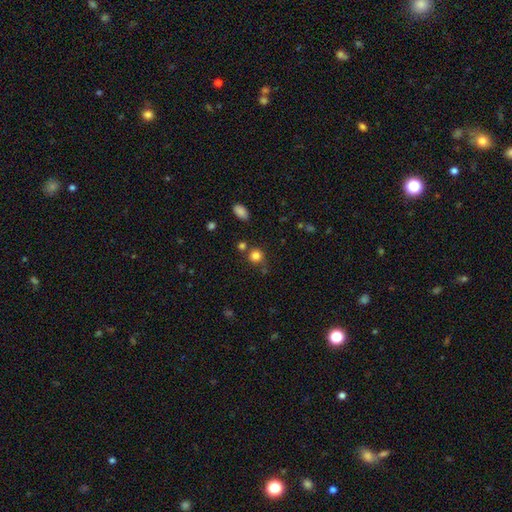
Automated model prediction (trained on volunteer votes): A smooth galaxy with no disk features (82%) that is round (89%).

Vote fractions:
- Smooth or featured? smooth: 82% / star or artifact: 13% / featured or disk: 5%
- How rounded? round: 89% / in between: 10% / cigar-shaped: 1%
- Merging? none: 75% / merger: 11% / minor disturbance: 10% / major disturbance: 4%